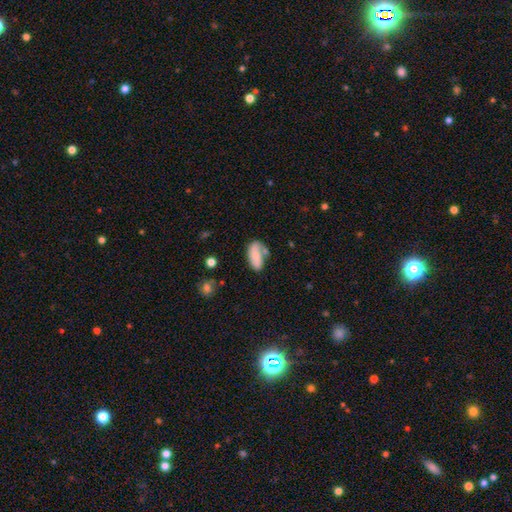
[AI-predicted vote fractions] This appears to be a smooth galaxy with no disk features (70%) that is in between round and cigar-shaped (89%). Merging: none (44%).